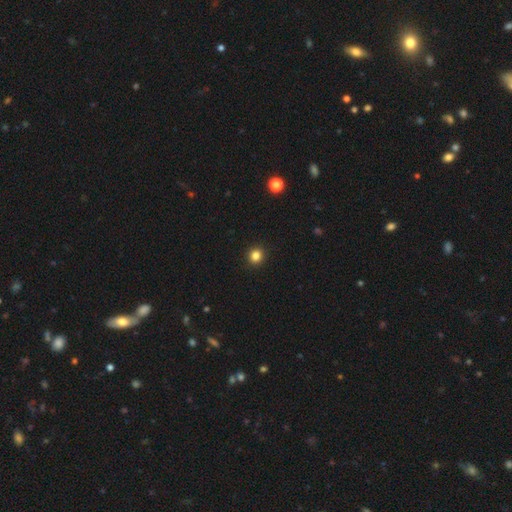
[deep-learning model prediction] A smooth galaxy with no disk features (83%) that is round (91%). Merging: none (93%).